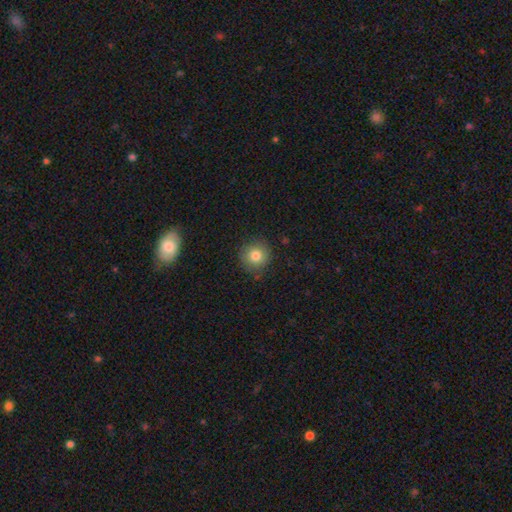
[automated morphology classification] Q: Smooth or featured?
A: smooth (81%); runner-up: star or artifact (10%)
Q: How rounded?
A: round (92%); runner-up: in between (7%)
Q: Merging?
A: none (83%); runner-up: minor disturbance (12%)